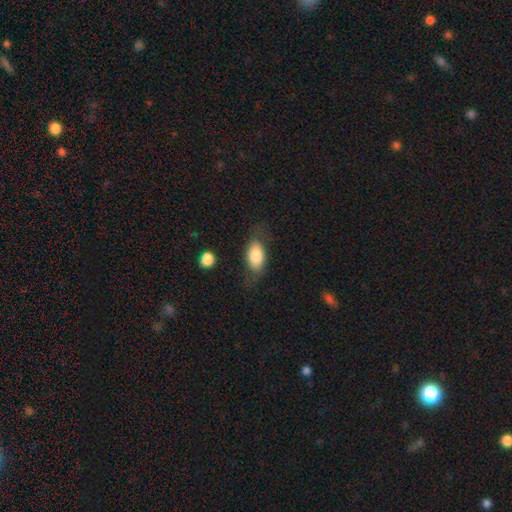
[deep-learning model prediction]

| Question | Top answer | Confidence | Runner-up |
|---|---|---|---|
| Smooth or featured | smooth | 77% | featured or disk (17%) |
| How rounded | in between | 89% | round (6%) |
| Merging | none | 68% | minor disturbance (20%) |